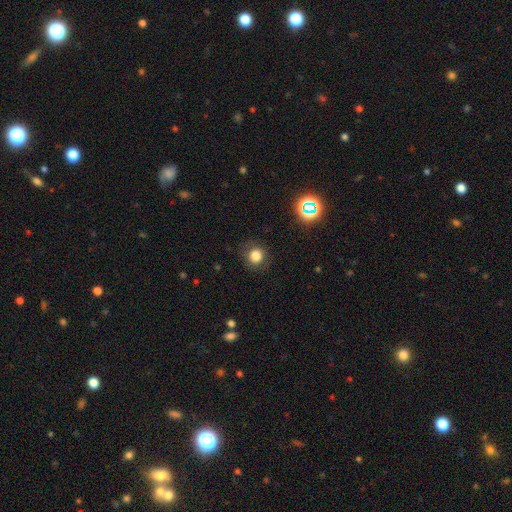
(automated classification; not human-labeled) Overall: smooth (79%). How rounded: round (86%). Merging: none (83%).